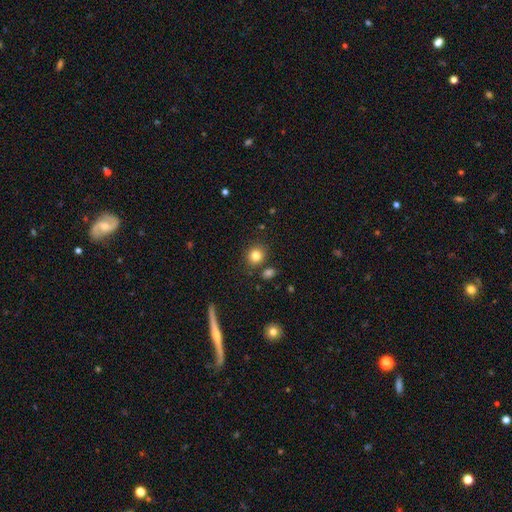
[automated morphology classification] smooth-or-featured: smooth: 82% | star or artifact: 11% | featured or disk: 7%
  how-rounded: round: 82% | in between: 17% | cigar-shaped: 1%
  merging: none: 81% | minor disturbance: 9% | merger: 7% | major disturbance: 3%